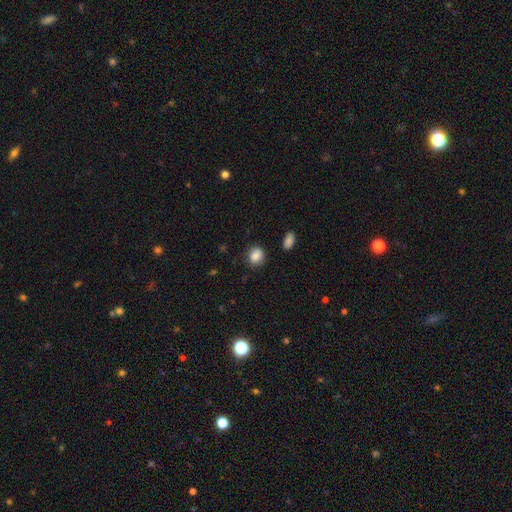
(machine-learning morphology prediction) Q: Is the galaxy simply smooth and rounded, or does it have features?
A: smooth — 87%.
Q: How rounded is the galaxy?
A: round — 59%.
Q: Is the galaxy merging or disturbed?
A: none — 79%.